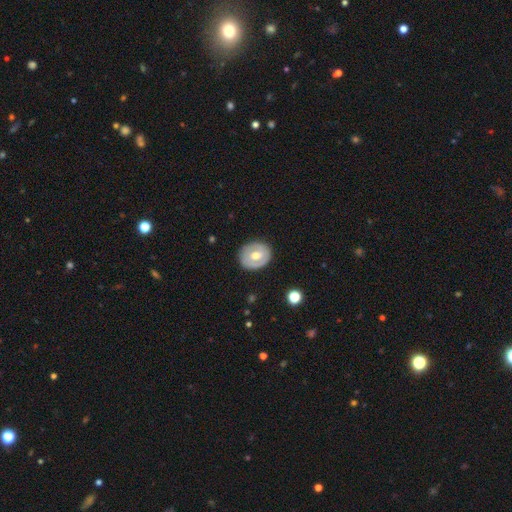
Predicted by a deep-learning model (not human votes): The model was most divided on "smooth or featured": featured or disk: 48%, smooth: 46%, star or artifact: 6%. More confident: merging — none (85%).